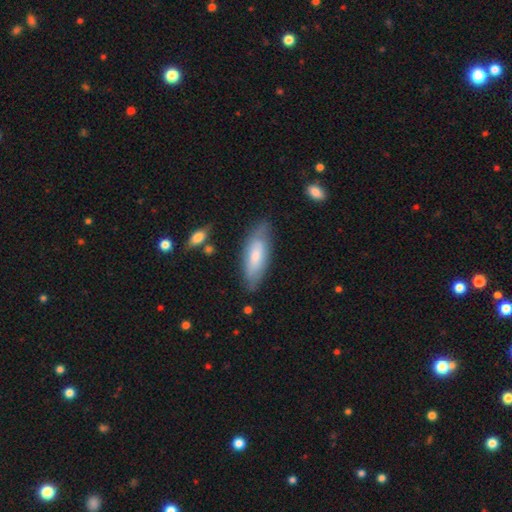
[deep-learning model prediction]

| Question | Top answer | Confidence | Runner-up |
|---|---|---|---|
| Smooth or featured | smooth | 66% | featured or disk (28%) |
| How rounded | in between | 68% | cigar-shaped (30%) |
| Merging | none | 73% | minor disturbance (20%) |